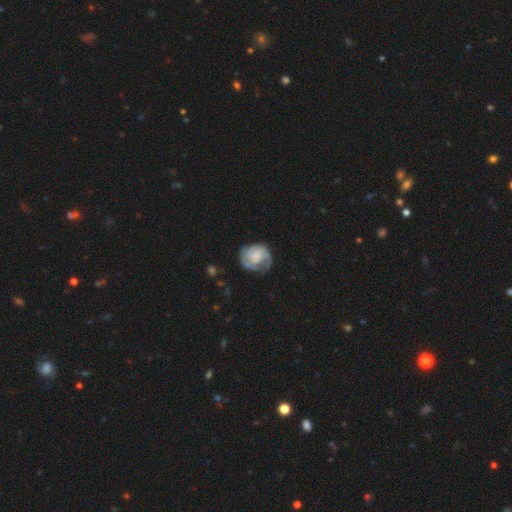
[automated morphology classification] Smooth or featured? Predicted: featured or disk (p=0.61). Edge-on disk? Predicted: no (p=0.98). Bar? Predicted: no (p=0.70). Spiral arms? Predicted: yes (p=0.84). Spiral winding? Predicted: tight (p=0.50). Spiral arm count? Predicted: 2 (p=0.35). Bulge size? Predicted: none (p=0.34). Merging? Predicted: none (p=0.54).